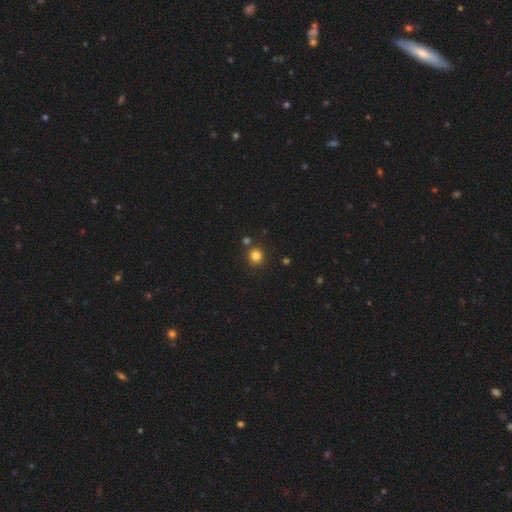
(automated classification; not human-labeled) A smooth galaxy with no disk features (82%) that is round (92%).

Vote fractions:
- Smooth or featured? smooth: 82% / star or artifact: 13% / featured or disk: 5%
- How rounded? round: 92% / in between: 7% / cigar-shaped: 1%
- Merging? none: 82% / merger: 8% / minor disturbance: 7% / major disturbance: 2%